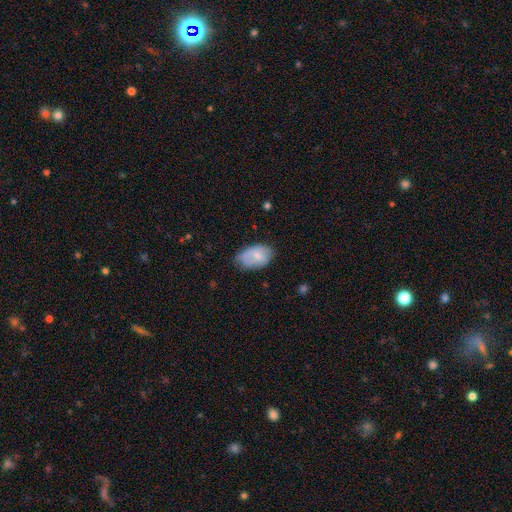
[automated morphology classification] Q: Smooth or featured?
A: smooth (67%); runner-up: featured or disk (26%)
Q: How rounded?
A: in between (90%); runner-up: round (8%)
Q: Merging?
A: none (52%); runner-up: minor disturbance (35%)